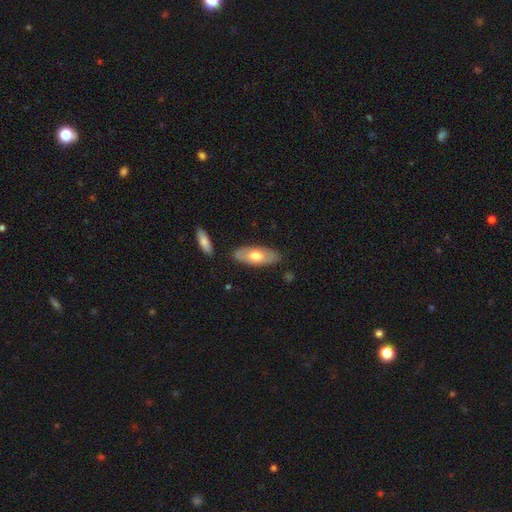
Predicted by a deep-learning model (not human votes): A smooth galaxy with no disk features (60%) that is in between round and cigar-shaped (85%).

Vote fractions:
- Smooth or featured? smooth: 60% / featured or disk: 35% / star or artifact: 5%
- How rounded? in between: 85% / cigar-shaped: 13% / round: 3%
- Merging? none: 83% / minor disturbance: 12% / merger: 3% / major disturbance: 2%